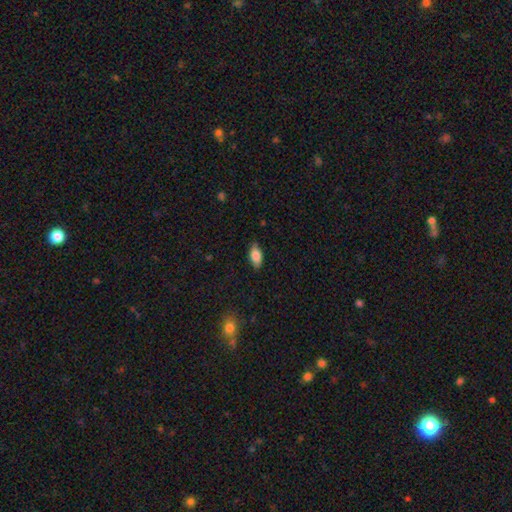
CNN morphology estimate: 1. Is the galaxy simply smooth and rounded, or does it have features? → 84% smooth, 9% featured or disk, 7% star or artifact.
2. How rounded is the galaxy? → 90% in between, 7% cigar-shaped, 3% round.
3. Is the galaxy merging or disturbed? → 84% none, 12% minor disturbance, 2% major disturbance, 1% merger.